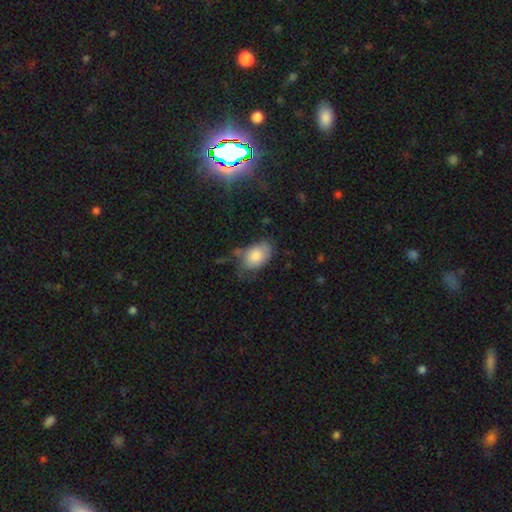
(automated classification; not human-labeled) smooth-or-featured: smooth: 82% | featured or disk: 11% | star or artifact: 8%
  how-rounded: in between: 88% | round: 11% | cigar-shaped: 1%
  merging: none: 53% | minor disturbance: 31% | major disturbance: 11% | merger: 5%